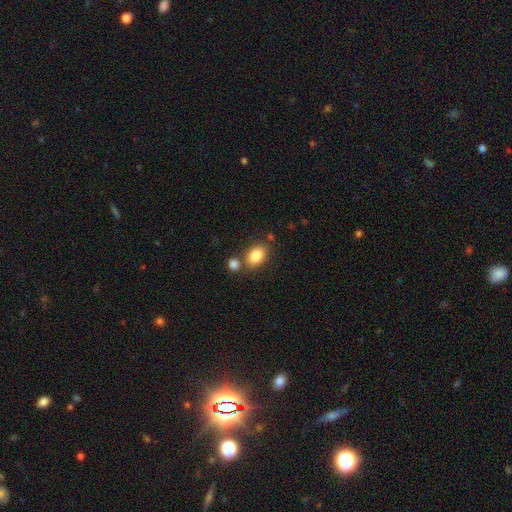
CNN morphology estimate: Smooth or featured? Predicted: smooth (p=0.83). How rounded? Predicted: in between (p=0.78). Merging? Predicted: none (p=0.67).